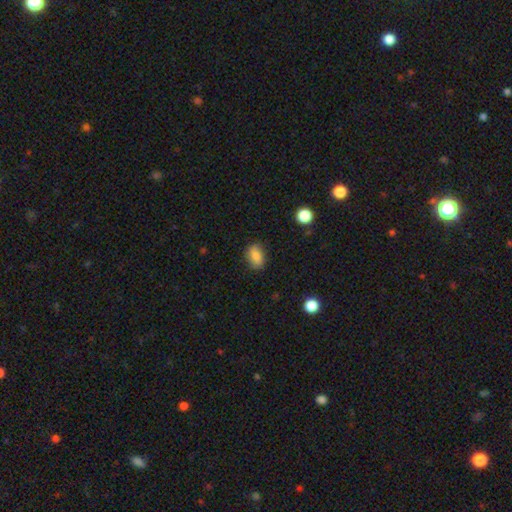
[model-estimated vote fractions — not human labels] Smooth or featured? Predicted: smooth (p=0.84). How rounded? Predicted: in between (p=0.77). Merging? Predicted: none (p=0.82).